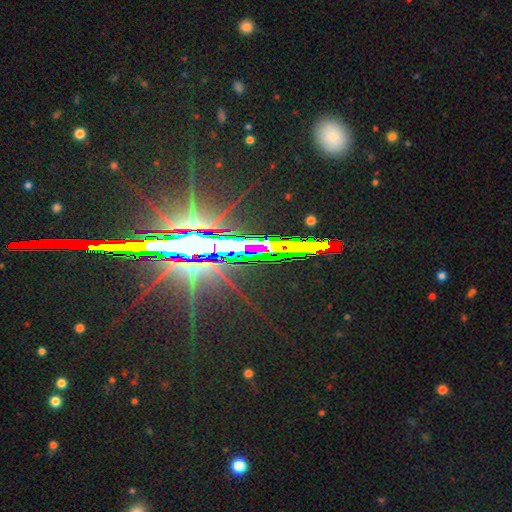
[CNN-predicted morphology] This appears to be a star or artifact, not a galaxy (83%).